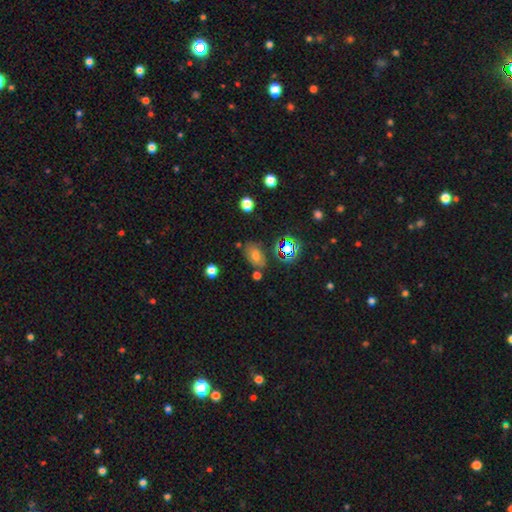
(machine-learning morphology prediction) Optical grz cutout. It shows a smooth galaxy with no disk features (52%) that is in between round and cigar-shaped (75%). Merging: none (72%).